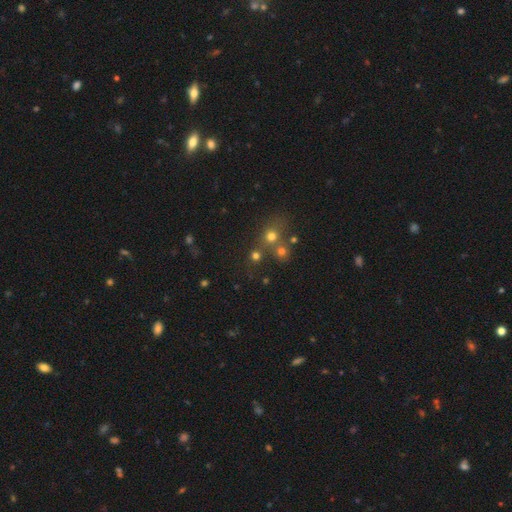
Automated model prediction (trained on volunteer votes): Overall: smooth (66%). How rounded: round (89%). Merging: none (62%; merger 27%).